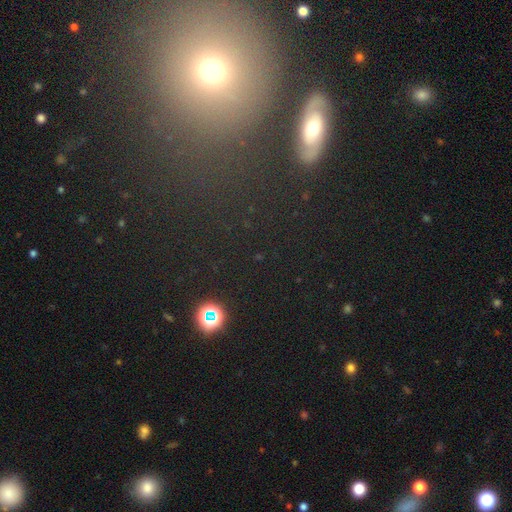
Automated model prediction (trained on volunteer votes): Smooth or featured? star or artifact (43%)